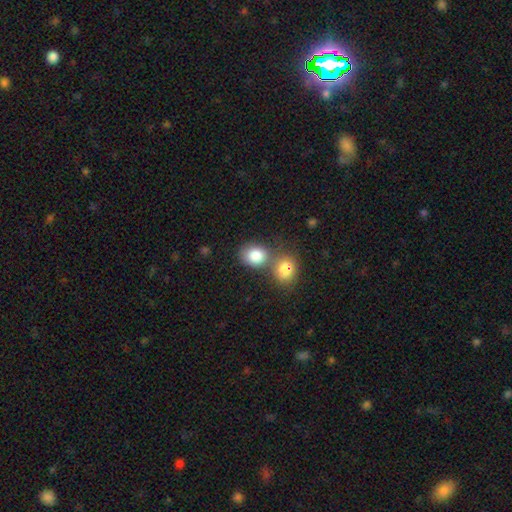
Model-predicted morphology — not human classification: Smooth or featured: smooth — 83% (star or artifact — 9%)
How rounded: round — 58% (in between — 41%)
Merging: none — 46% (merger — 40%)